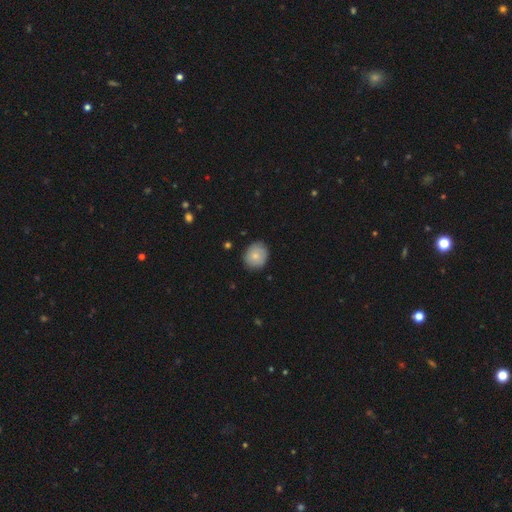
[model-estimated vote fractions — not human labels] A smooth galaxy with no disk features (79%) that is round (68%). Merging: none (84%).